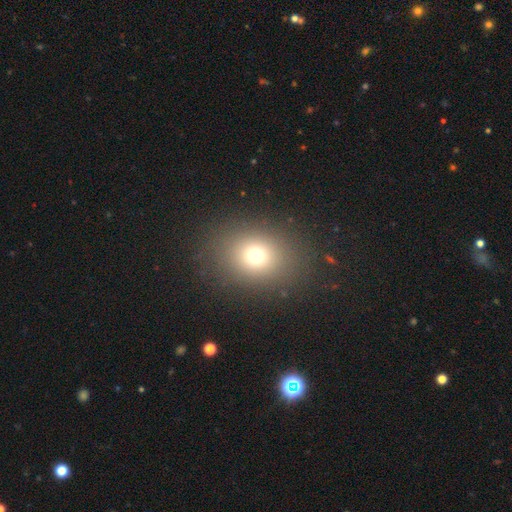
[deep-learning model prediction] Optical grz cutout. It shows a smooth galaxy with no disk features (72%) that is round (54%). Merging: none (85%).